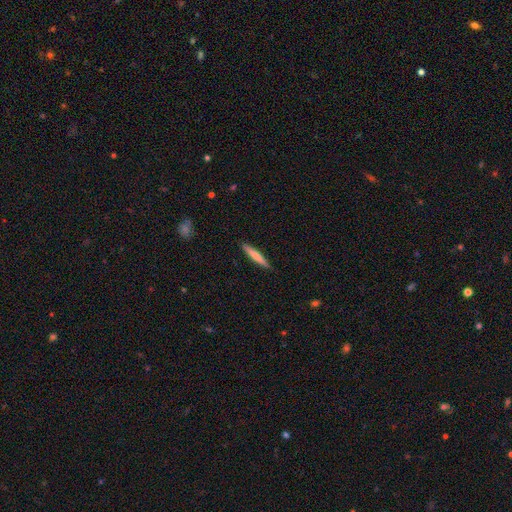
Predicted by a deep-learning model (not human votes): smooth-or-featured: smooth: 69% | featured or disk: 26% | star or artifact: 5%
  how-rounded: cigar-shaped: 94% | in between: 4% | round: 1%
  merging: none: 90% | minor disturbance: 8% | major disturbance: 1% | merger: 1%